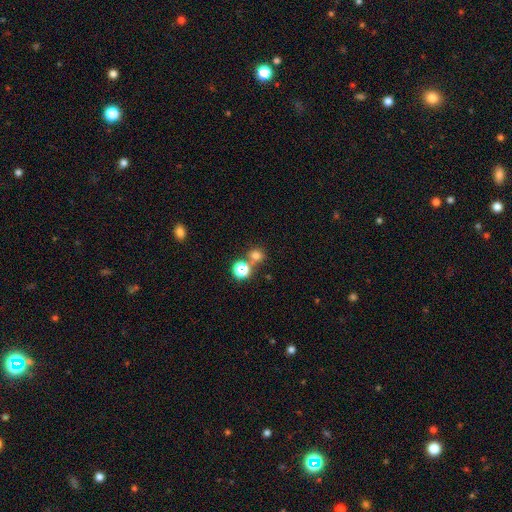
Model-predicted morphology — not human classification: Overall: smooth (70%). How rounded: round (83%). Merging: none (66%).